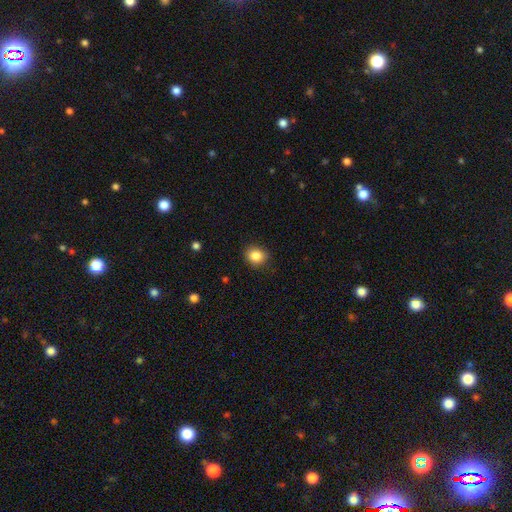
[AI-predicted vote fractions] This appears to be a smooth galaxy with no disk features (86%) that is round (69%). Merging: none (87%).